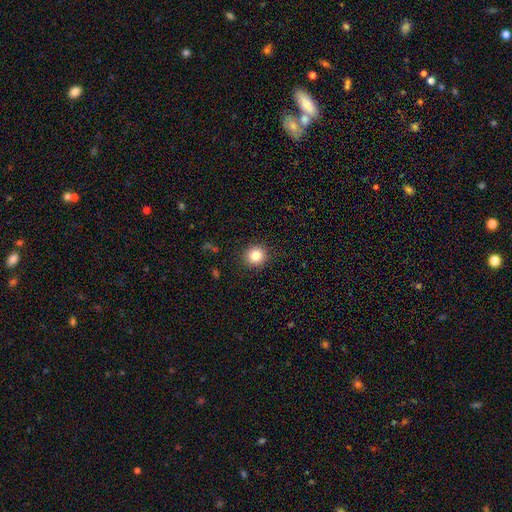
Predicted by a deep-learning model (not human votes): smooth_or_featured: smooth (p=0.83) [alt: star or artifact p=0.11]
how_rounded: round (p=0.91) [alt: in between p=0.09]
merging: none (p=0.91) [alt: minor disturbance p=0.06]